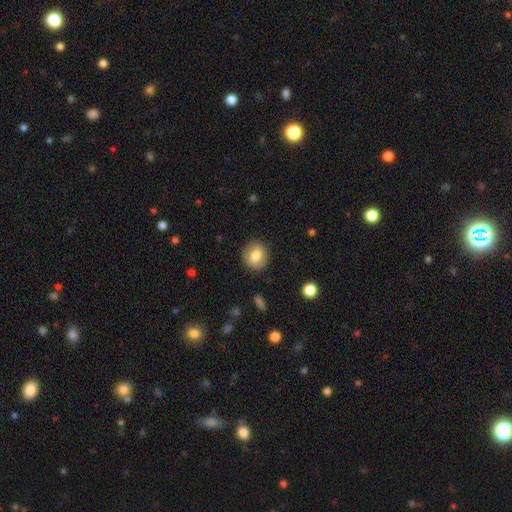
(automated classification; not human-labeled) This appears to be a smooth galaxy with no disk features (76%) that is round (73%). Merging: none (86%).